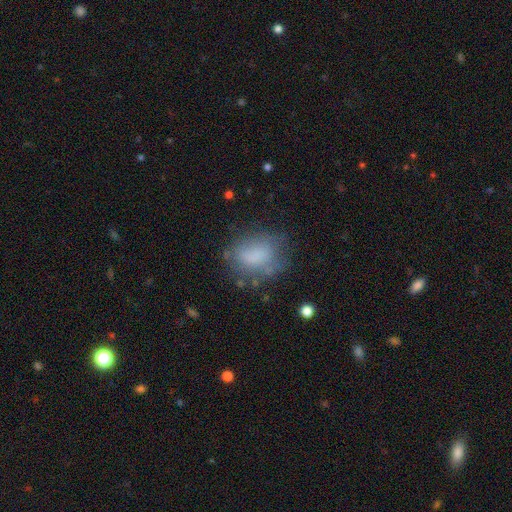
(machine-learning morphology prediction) A smooth galaxy with no disk features (70%) that is in between round and cigar-shaped (69%). Merging: none (54%).